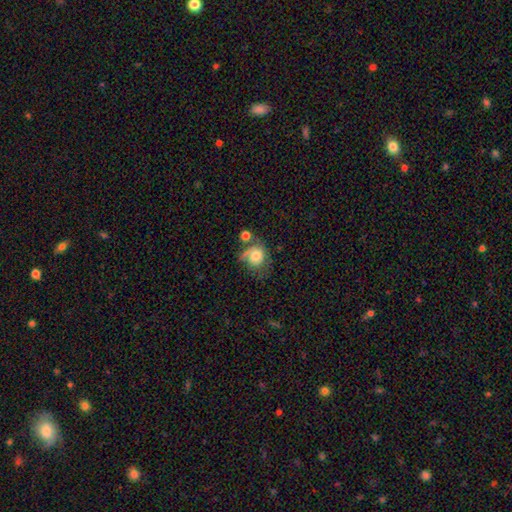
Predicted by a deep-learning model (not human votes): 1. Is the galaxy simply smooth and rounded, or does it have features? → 60% smooth, 31% featured or disk, 9% star or artifact.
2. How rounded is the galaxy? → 69% round, 30% in between, 1% cigar-shaped.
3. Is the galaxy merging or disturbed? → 38% none, 23% minor disturbance, 20% major disturbance, 19% merger.